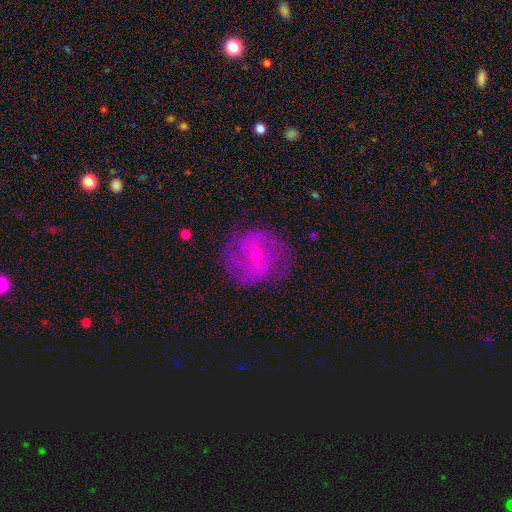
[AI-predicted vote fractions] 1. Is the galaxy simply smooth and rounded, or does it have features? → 77% featured or disk, 16% smooth, 8% star or artifact.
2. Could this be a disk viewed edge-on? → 97% no, 3% yes.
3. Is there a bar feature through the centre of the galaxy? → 46% weak, 41% no, 13% strong.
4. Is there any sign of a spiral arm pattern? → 90% yes, 10% no.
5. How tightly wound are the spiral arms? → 45% medium, 37% tight, 17% loose.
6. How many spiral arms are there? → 39% 2, 27% can't tell, 17% 3, 7% 4, 5% 1, 5% more than 4.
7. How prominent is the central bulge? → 79% small, 15% moderate, 4% none, 1% large, 1% dominant.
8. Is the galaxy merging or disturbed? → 74% none, 17% minor disturbance, 8% major disturbance, 1% merger.